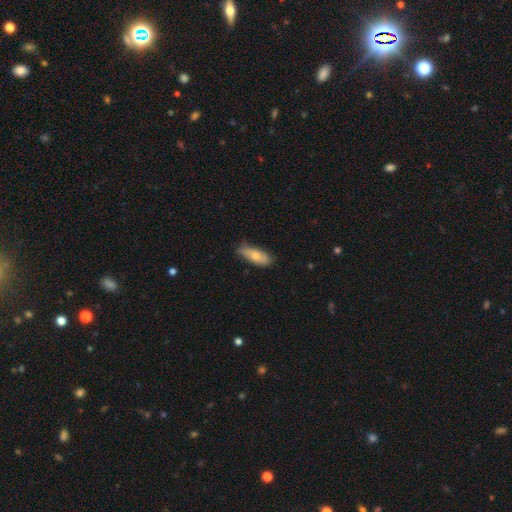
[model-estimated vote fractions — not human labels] Smooth or featured? smooth (69%)
How rounded? in between (70%)
Merging? none (70%)